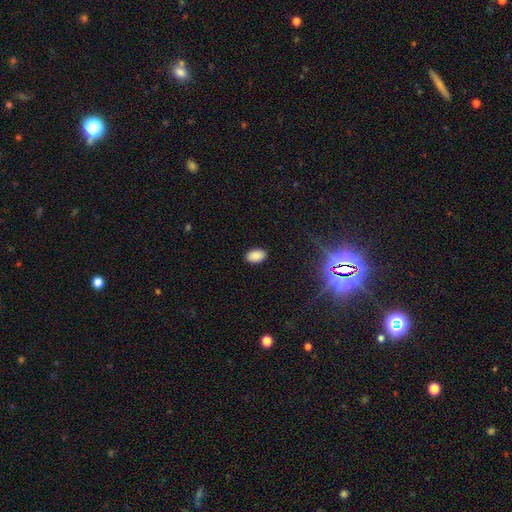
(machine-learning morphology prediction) A smooth galaxy with no disk features (86%) that is in between round and cigar-shaped (92%).

Vote fractions:
- Smooth or featured? smooth: 86% / star or artifact: 10% / featured or disk: 4%
- How rounded? in between: 92% / round: 7% / cigar-shaped: 1%
- Merging? none: 88% / minor disturbance: 8% / major disturbance: 2% / merger: 1%